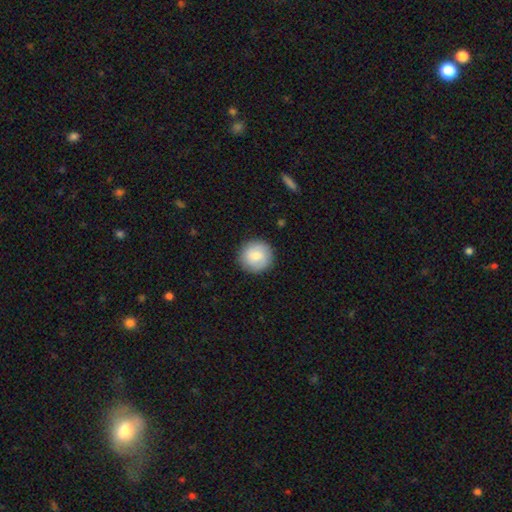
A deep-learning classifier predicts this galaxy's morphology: Smooth or featured?
  - smooth: 77% *
  - featured or disk: 17%
  - star or artifact: 6%
How rounded?
  - round: 95% *
  - in between: 4%
  - cigar-shaped: 1%
Merging?
  - none: 89% *
  - minor disturbance: 8%
  - major disturbance: 2%
  - merger: 1%